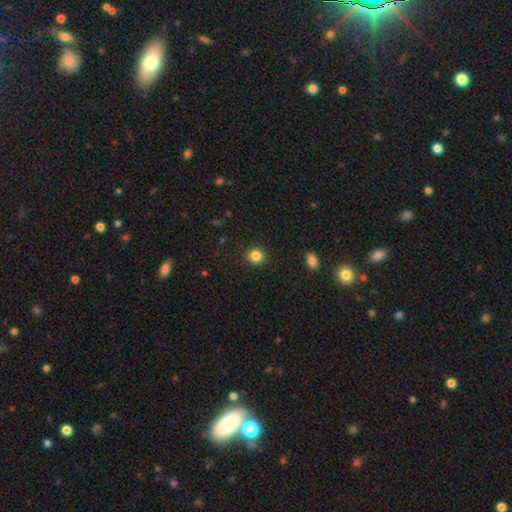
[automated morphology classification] Smooth or featured?
  - smooth: 84% *
  - star or artifact: 12%
  - featured or disk: 4%
How rounded?
  - round: 93% *
  - in between: 6%
  - cigar-shaped: 1%
Merging?
  - none: 92% *
  - minor disturbance: 5%
  - major disturbance: 2%
  - merger: 1%